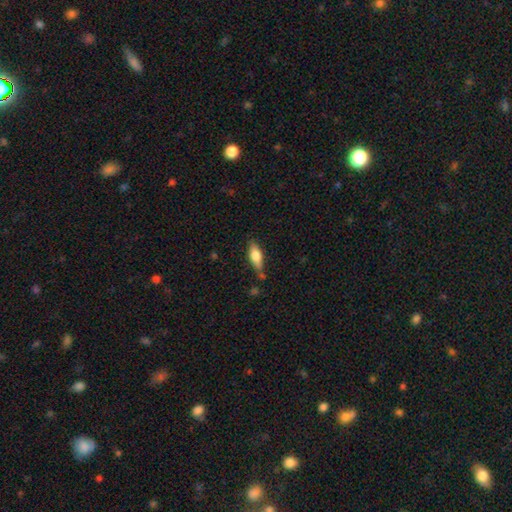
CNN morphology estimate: smooth-or-featured: smooth: 70% | featured or disk: 23% | star or artifact: 7%
  how-rounded: in between: 67% | cigar-shaped: 30% | round: 3%
  merging: none: 65% | minor disturbance: 23% | merger: 7% | major disturbance: 5%